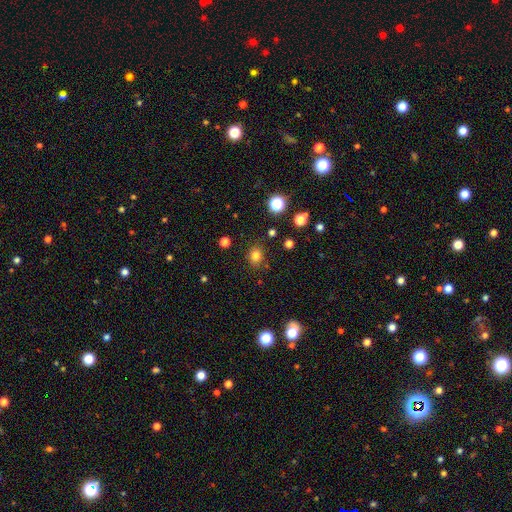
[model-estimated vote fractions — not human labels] This is likely a smooth galaxy (79%). How rounded: likely round (63%). Merging: clearly none (84%).